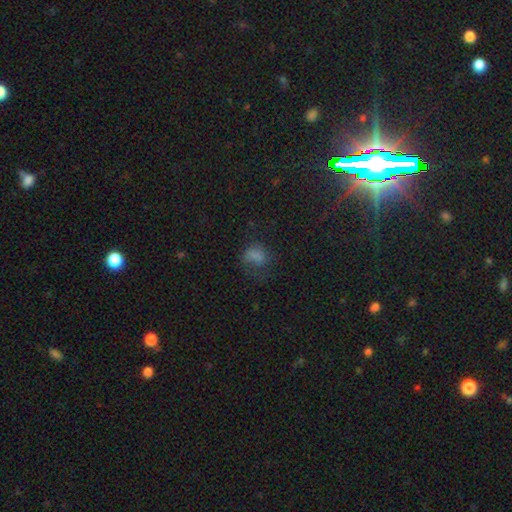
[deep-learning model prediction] Smooth or featured? smooth (66%)
How rounded? in between (52%)
Merging? none (44%)